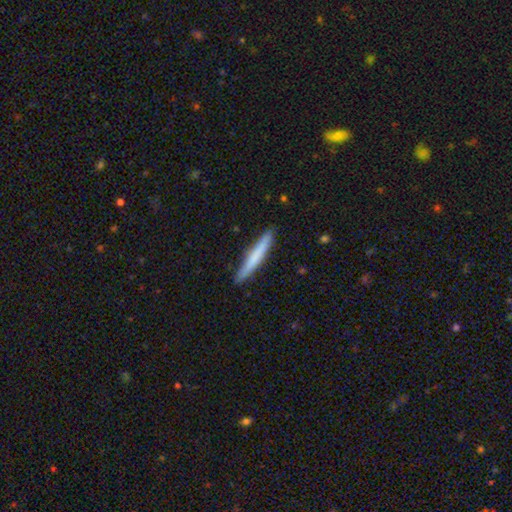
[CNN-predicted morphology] A smooth galaxy with no disk features (67%) that is cigar-shaped (96%). Merging: none (90%).